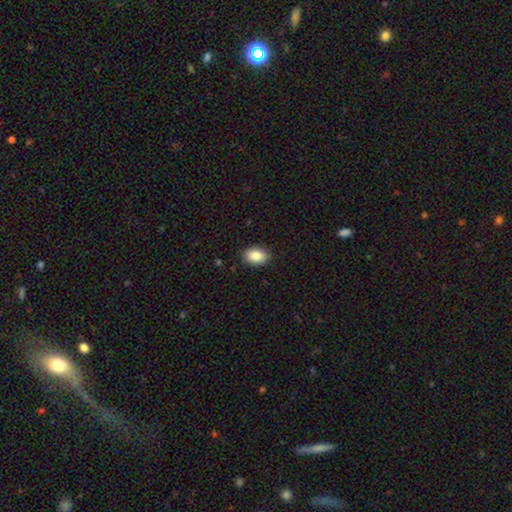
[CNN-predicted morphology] Overall: smooth (88%). How rounded: in between (87%). Merging: none (88%).